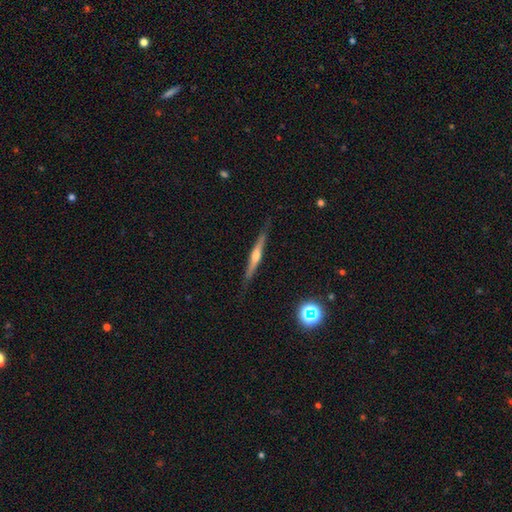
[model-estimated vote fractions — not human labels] Smooth or featured? Predicted: featured or disk (p=0.71). Edge-on disk? Predicted: yes (p=0.97). Edge-on bulge? Predicted: rounded (p=0.84). Merging? Predicted: none (p=0.85).